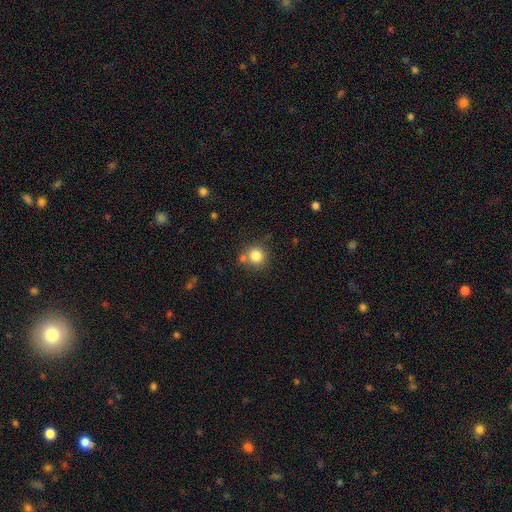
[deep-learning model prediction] Smooth or featured?
  - smooth: 83% *
  - star or artifact: 11%
  - featured or disk: 7%
How rounded?
  - round: 91% *
  - in between: 8%
  - cigar-shaped: 1%
Merging?
  - none: 70% *
  - merger: 15%
  - minor disturbance: 11%
  - major disturbance: 4%